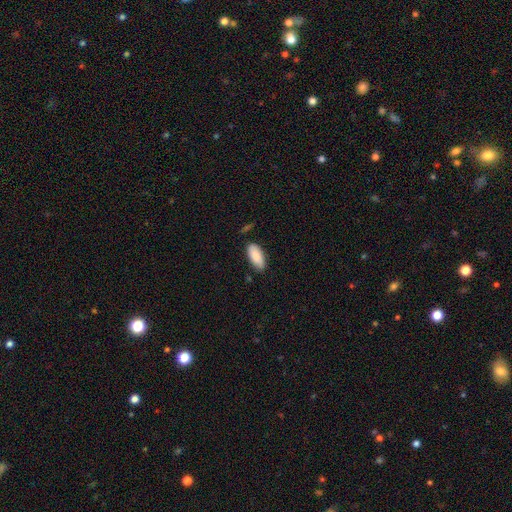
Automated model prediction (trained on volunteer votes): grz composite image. It shows a smooth galaxy with no disk features (88%) that is in between round and cigar-shaped (90%). Merging: none (78%).